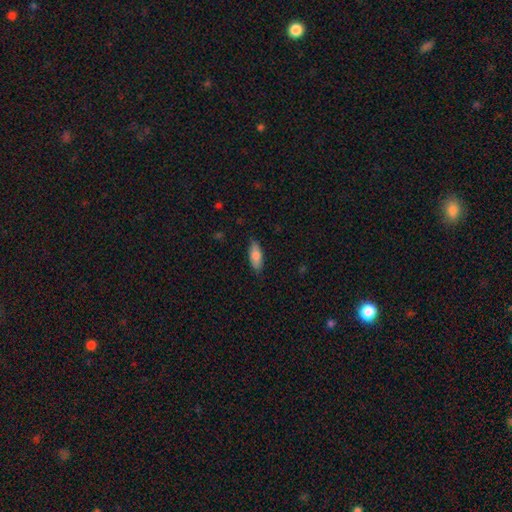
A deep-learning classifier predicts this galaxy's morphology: The model was most divided on "how rounded": in between: 68%, cigar-shaped: 30%, round: 2%. More confident: merging — none (82%); smooth or featured — smooth (80%).